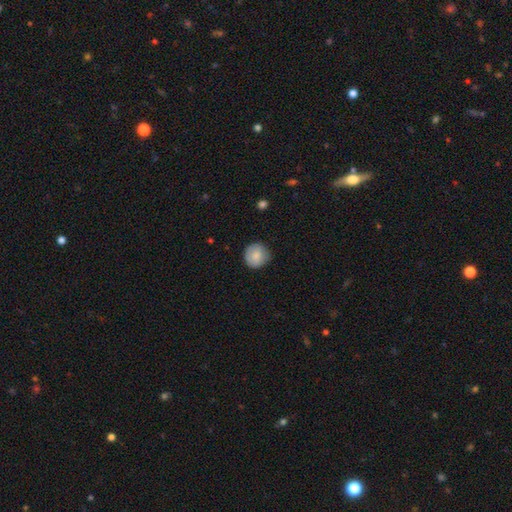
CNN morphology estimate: type=smooth (79%); roundness=round (92%); merging=none (83%).